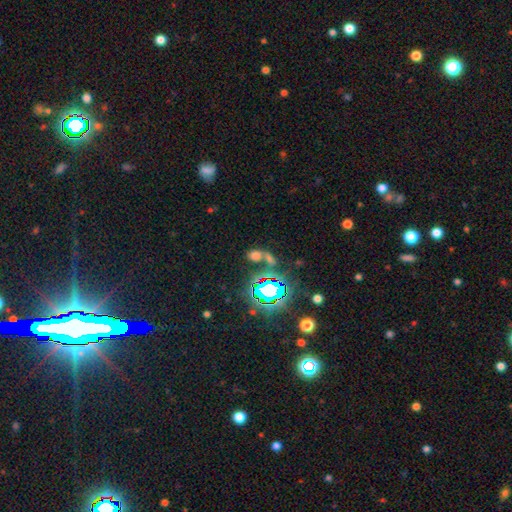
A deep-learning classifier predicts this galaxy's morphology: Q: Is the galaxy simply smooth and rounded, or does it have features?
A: smooth — 50%.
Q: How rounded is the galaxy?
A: in between — 65%.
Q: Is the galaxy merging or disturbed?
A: none — 42%.